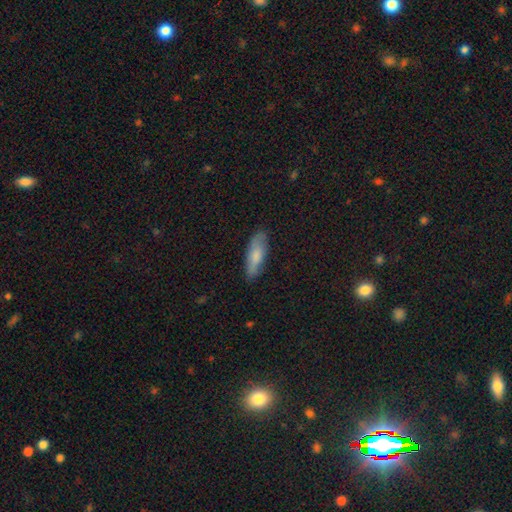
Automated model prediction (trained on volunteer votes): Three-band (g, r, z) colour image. It shows a smooth galaxy with no disk features (76%) that is in between round and cigar-shaped (54%). Merging: none (80%).